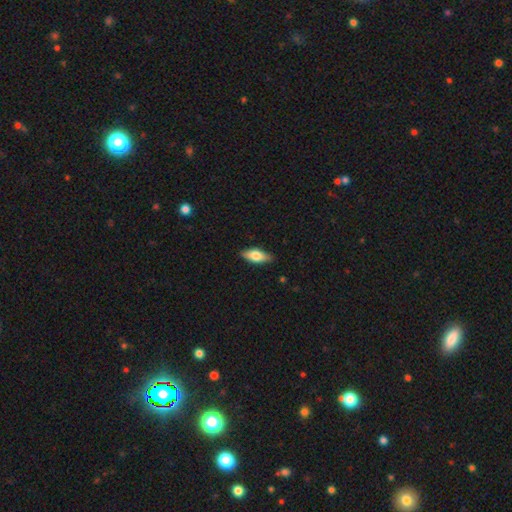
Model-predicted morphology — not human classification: Q: Smooth or featured?
A: smooth (68%); runner-up: featured or disk (26%)
Q: How rounded?
A: in between (76%); runner-up: cigar-shaped (22%)
Q: Merging?
A: none (86%); runner-up: minor disturbance (11%)